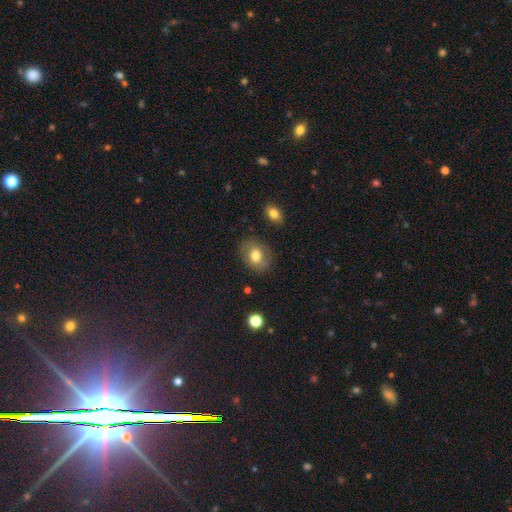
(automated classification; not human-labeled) Morphology: type=smooth (74%); roundness=in between (60%); merging=none (79%).